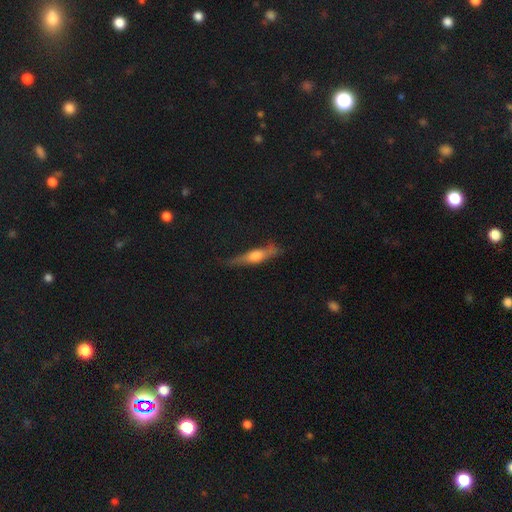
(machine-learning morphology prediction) The model was most divided on "smooth or featured": featured or disk: 54%, smooth: 39%, star or artifact: 7%. More confident: edge-on disk — yes (92%); merging — none (72%).